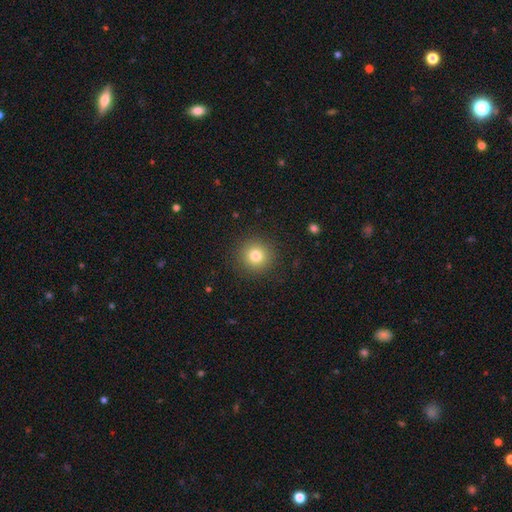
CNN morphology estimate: Smooth or featured?
  - smooth: 80% *
  - star or artifact: 12%
  - featured or disk: 8%
How rounded?
  - round: 94% *
  - in between: 5%
  - cigar-shaped: 1%
Merging?
  - none: 91% *
  - minor disturbance: 6%
  - major disturbance: 2%
  - merger: 1%